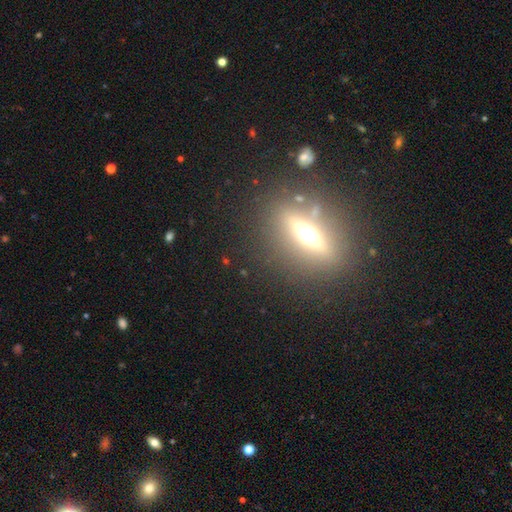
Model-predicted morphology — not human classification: Smooth or featured: featured or disk — 65% (smooth — 21%)
Edge-on disk: yes — 84% (no — 16%)
Edge-on bulge: rounded — 87% (boxy — 7%)
Merging: none — 85% (minor disturbance — 8%)